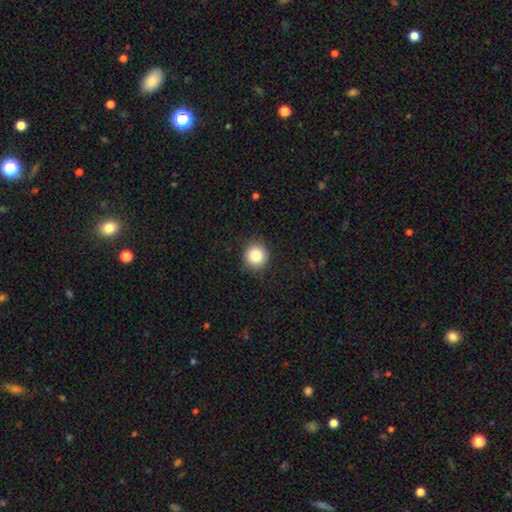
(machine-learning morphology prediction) Smooth or featured? Predicted: smooth (p=0.86). How rounded? Predicted: round (p=0.92). Merging? Predicted: none (p=0.88).